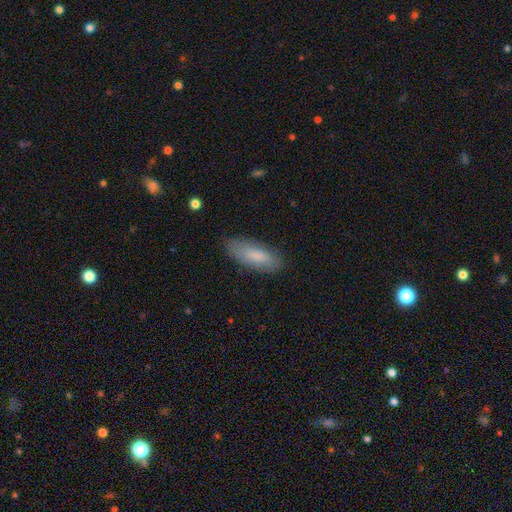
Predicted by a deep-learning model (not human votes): smooth 80%, featured or disk 14%, star or artifact 6%. Down the decision tree: how rounded — in between (65%); merging — none (83%).